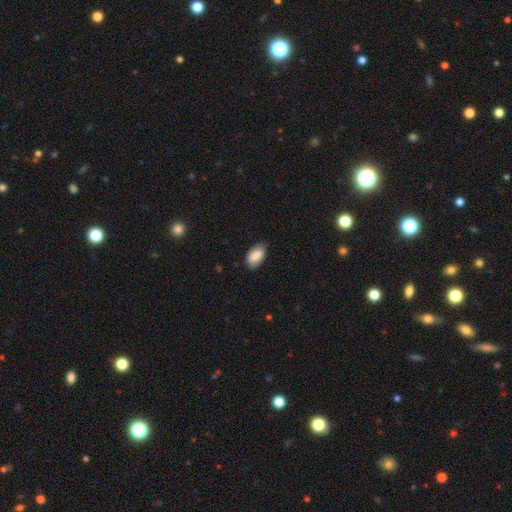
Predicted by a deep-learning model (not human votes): This appears to be a smooth galaxy with no disk features (82%) that is in between round and cigar-shaped (93%). Merging: none (77%).